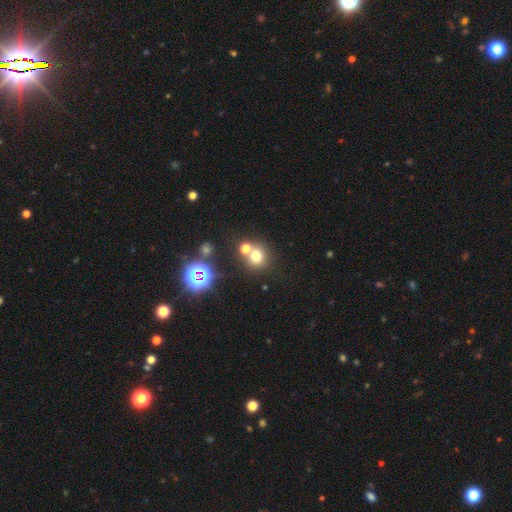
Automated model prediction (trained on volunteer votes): The model was most divided on "merging": none: 56%, merger: 33%, minor disturbance: 8%, major disturbance: 4%. More confident: how rounded — round (82%); smooth or featured — smooth (69%).